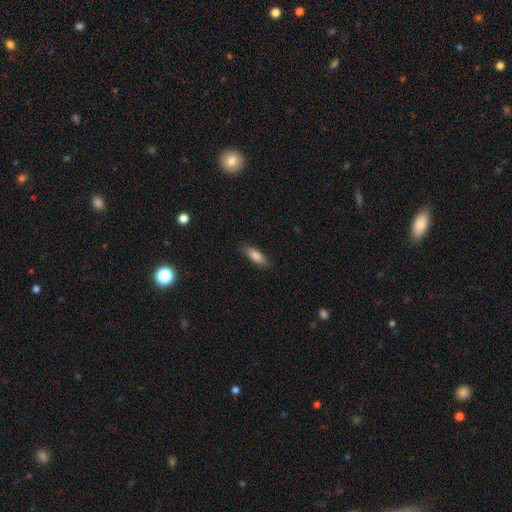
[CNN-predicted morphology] smooth 80%, featured or disk 13%, star or artifact 7%. Down the decision tree: how rounded — in between (56%); merging — none (84%).